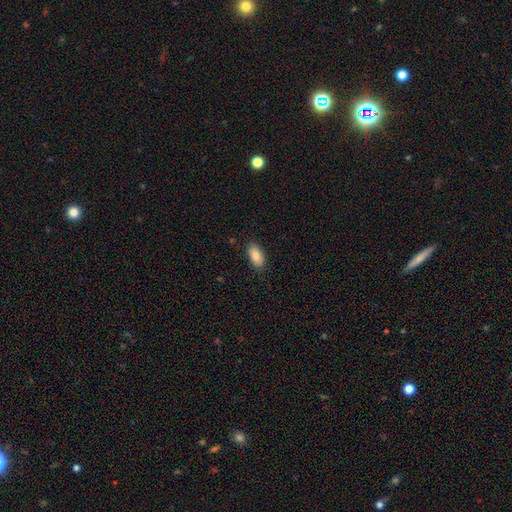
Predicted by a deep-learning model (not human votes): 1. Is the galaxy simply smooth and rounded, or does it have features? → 88% smooth, 7% star or artifact, 6% featured or disk.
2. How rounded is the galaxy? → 92% in between, 5% cigar-shaped, 3% round.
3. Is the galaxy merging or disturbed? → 86% none, 10% minor disturbance, 2% major disturbance, 1% merger.